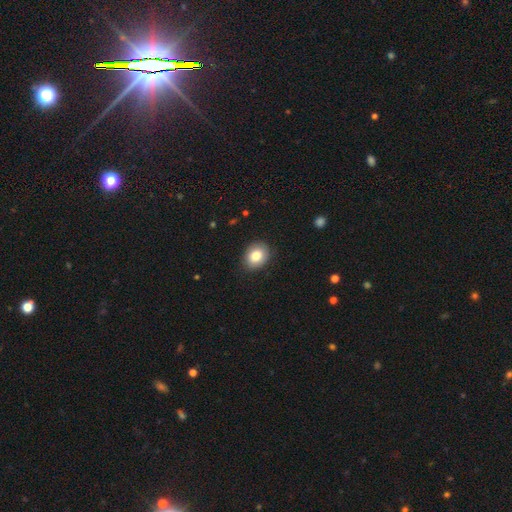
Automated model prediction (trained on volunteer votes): The model was most divided on "how rounded": in between: 50%, round: 49%, cigar-shaped: 1%. More confident: merging — none (87%); smooth or featured — smooth (81%).